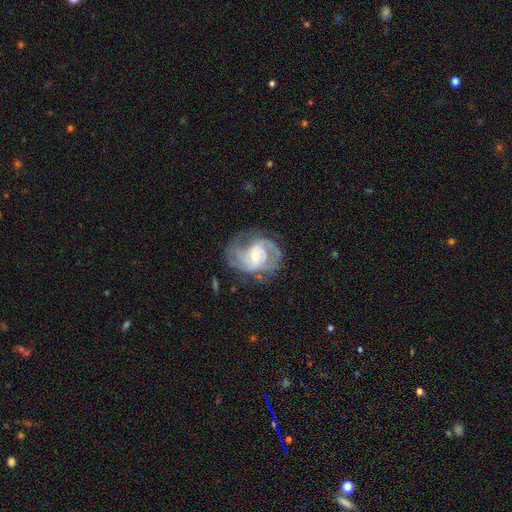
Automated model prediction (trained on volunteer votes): Overall: featured or disk (86%). Edge-on disk: no (98%). Bar: no (47%; weak 41%). Spiral arms: yes (95%). Spiral arm count: 2 (52%; 3 19%). Spiral winding: medium (44%; tight 42%). Bulge size: moderate (60%; small 35%). Merging: none (62%).